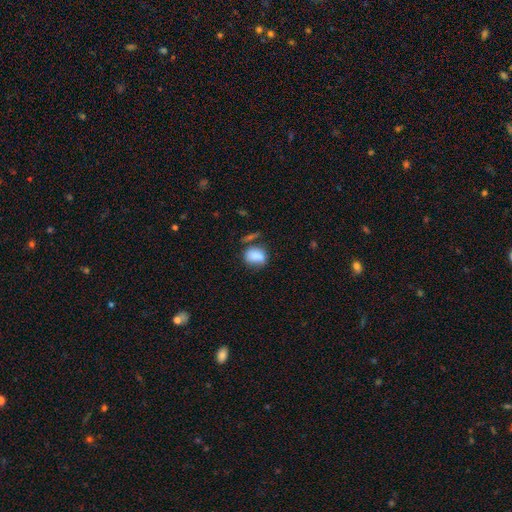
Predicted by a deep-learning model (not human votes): A smooth galaxy with no disk features (80%) that is in between round and cigar-shaped (63%). Merging: none (50%).